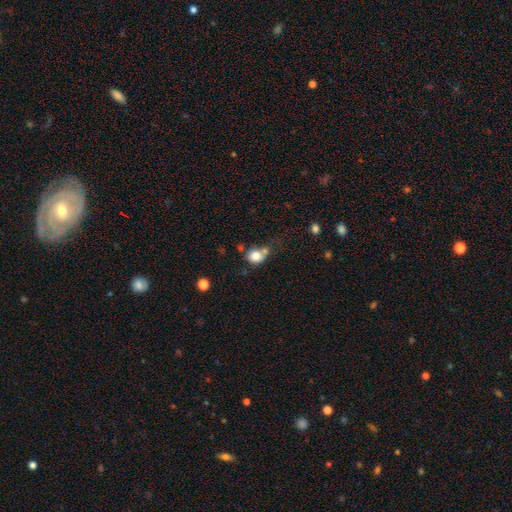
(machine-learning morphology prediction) smooth_or_featured: smooth (p=0.79) [alt: featured or disk p=0.11]
how_rounded: round (p=0.70) [alt: in between p=0.29]
merging: none (p=0.43) [alt: merger p=0.28]